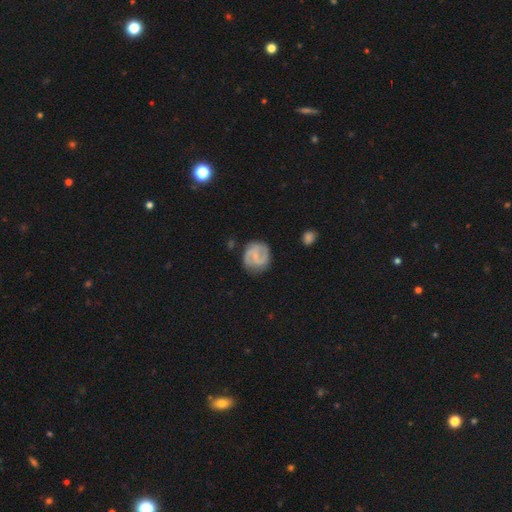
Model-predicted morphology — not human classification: Smooth or featured?
  - featured or disk: 72% *
  - smooth: 22%
  - star or artifact: 6%
Edge-on disk?
  - no: 98% *
  - yes: 2%
Bar?
  - weak: 51% *
  - no: 34%
  - strong: 15%
Spiral arms?
  - yes: 93% *
  - no: 7%
Spiral winding?
  - medium: 49% *
  - tight: 28%
  - loose: 22%
Spiral arm count?
  - 2: 78% *
  - can't tell: 9%
  - 3: 7%
  - 1: 3%
  - 4: 2%
  - more than 4: 2%
Bulge size?
  - small: 52% *
  - none: 32%
  - moderate: 14%
  - large: 1%
  - dominant: 1%
Merging?
  - none: 76% *
  - minor disturbance: 17%
  - major disturbance: 6%
  - merger: 2%